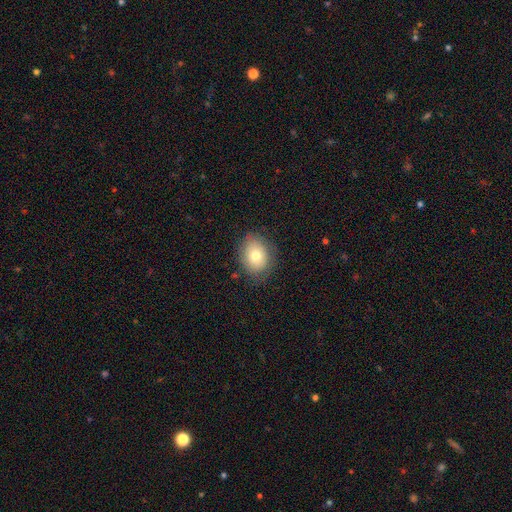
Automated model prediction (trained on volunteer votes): The model was most divided on "how rounded": in between: 56%, round: 43%, cigar-shaped: 1%. More confident: merging — none (80%); smooth or featured — smooth (75%).